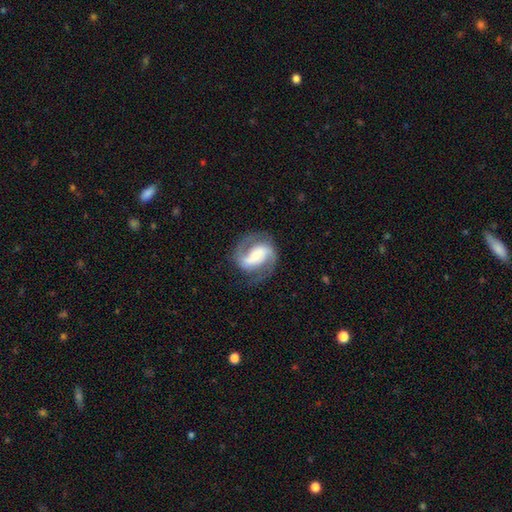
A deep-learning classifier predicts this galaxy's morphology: Overall: featured or disk (87%). Edge-on disk: no (97%). Bar: strong (43%; weak 33%). Spiral arms: yes (96%). Spiral arm count: 2 (91%). Spiral winding: medium (52%; tight 25%). Bulge size: moderate (46%; small 44%). Merging: none (76%).